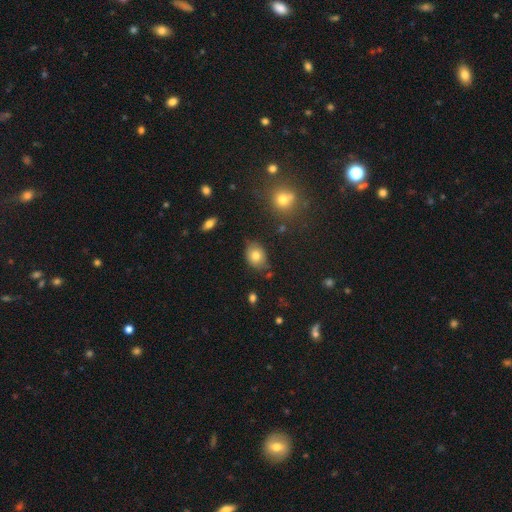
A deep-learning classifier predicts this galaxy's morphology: The model was most divided on "how rounded": in between: 61%, round: 38%, cigar-shaped: 1%. More confident: smooth or featured — smooth (78%); merging — none (75%).